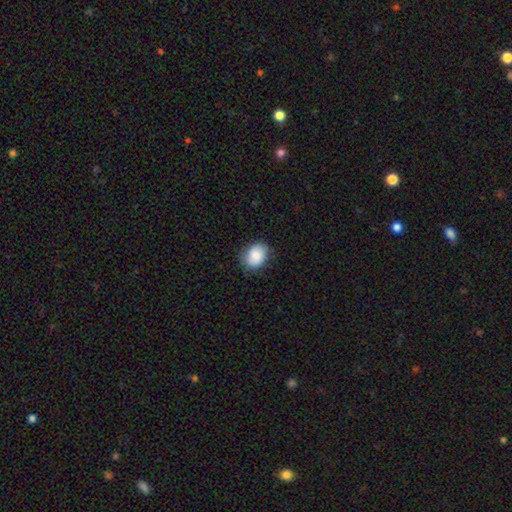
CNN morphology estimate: Smooth or featured? smooth (81%)
How rounded? in between (54%)
Merging? none (77%)